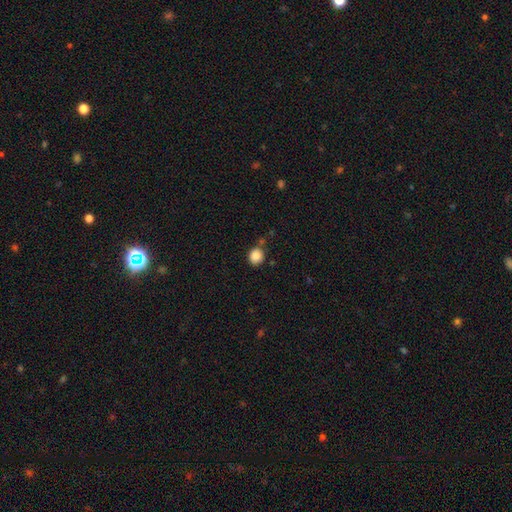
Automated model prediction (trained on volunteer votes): Smooth or featured?
  - smooth: 87% *
  - star or artifact: 10%
  - featured or disk: 4%
How rounded?
  - round: 79% *
  - in between: 20%
  - cigar-shaped: 1%
Merging?
  - none: 74% *
  - minor disturbance: 14%
  - merger: 8%
  - major disturbance: 4%